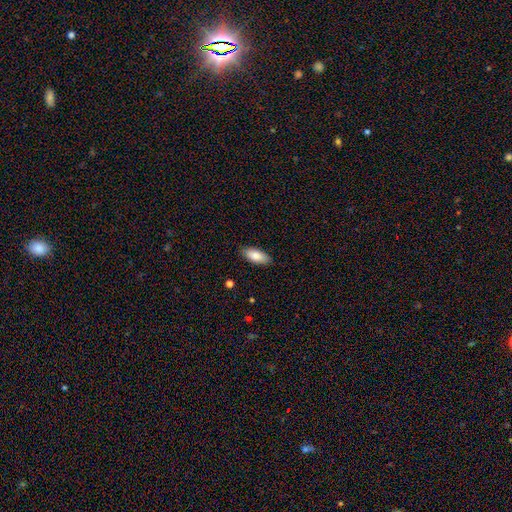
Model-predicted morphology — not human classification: The model was most divided on "how rounded": in between: 85%, cigar-shaped: 13%, round: 2%. More confident: merging — none (88%); smooth or featured — smooth (83%).